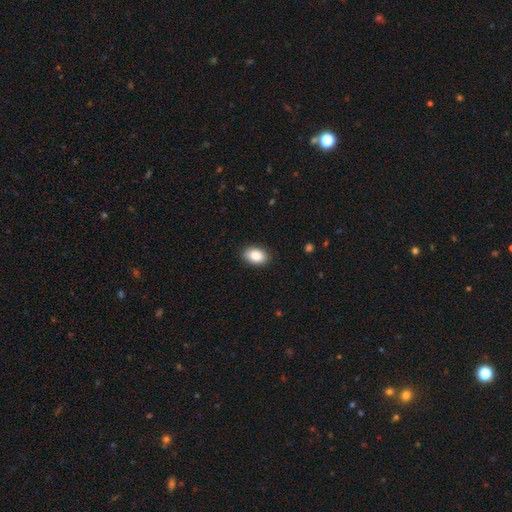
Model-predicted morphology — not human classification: Smooth or featured? smooth (88%)
How rounded? in between (87%)
Merging? none (88%)